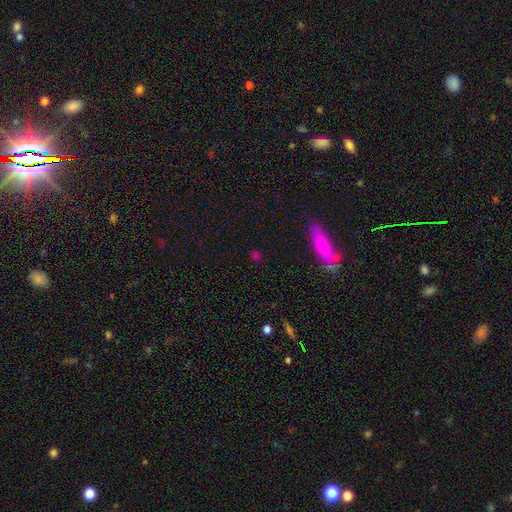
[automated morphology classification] This is likely a smooth galaxy (62%). How rounded: possibly round (56%). Merging: clearly none (84%).